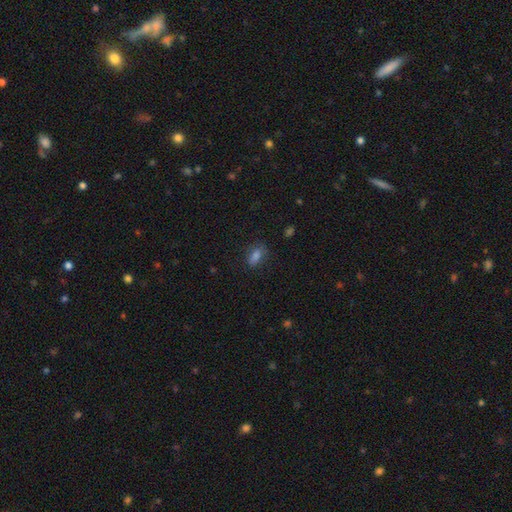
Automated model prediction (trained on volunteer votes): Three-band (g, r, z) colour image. It shows a smooth galaxy with no disk features (76%) that is in between round and cigar-shaped (82%). Merging: none (76%).